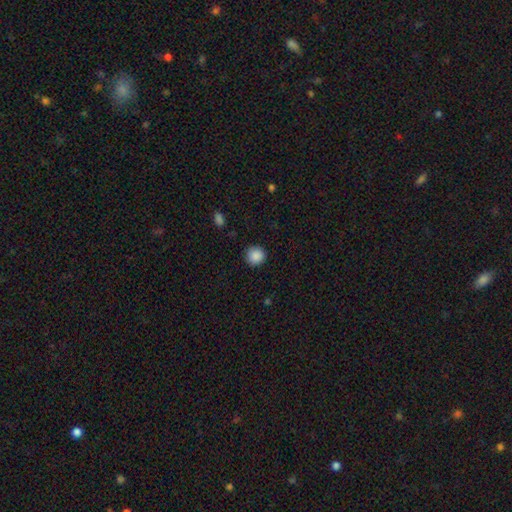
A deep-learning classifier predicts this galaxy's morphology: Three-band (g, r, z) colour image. It shows a smooth galaxy with no disk features (88%) that is round (94%). Merging: none (91%).